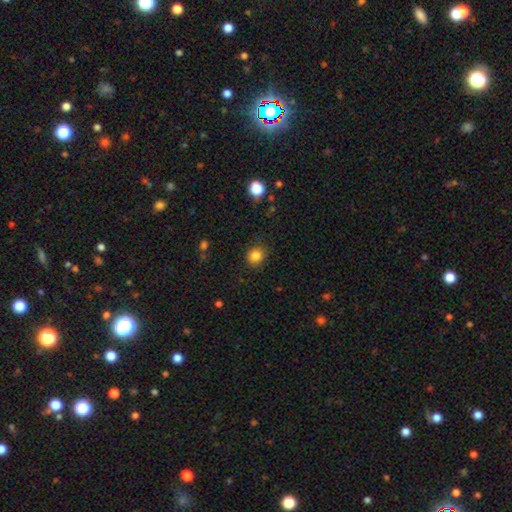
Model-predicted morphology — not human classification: Q: Smooth or featured?
A: smooth (84%); runner-up: star or artifact (12%)
Q: How rounded?
A: round (84%); runner-up: in between (15%)
Q: Merging?
A: none (84%); runner-up: minor disturbance (12%)